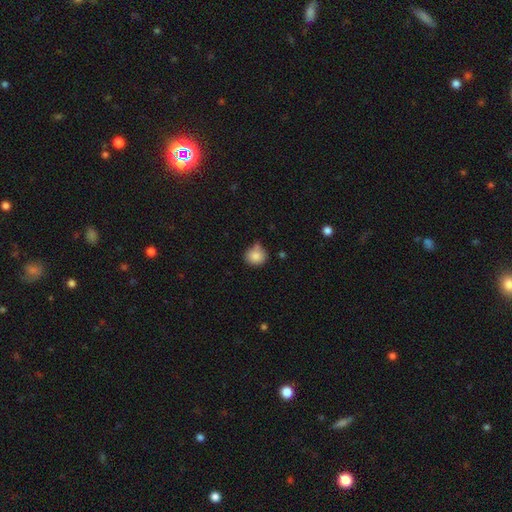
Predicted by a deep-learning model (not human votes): smooth_or_featured: smooth (p=0.84) [alt: star or artifact p=0.09]
how_rounded: round (p=0.82) [alt: in between p=0.17]
merging: none (p=0.63) [alt: minor disturbance p=0.22]